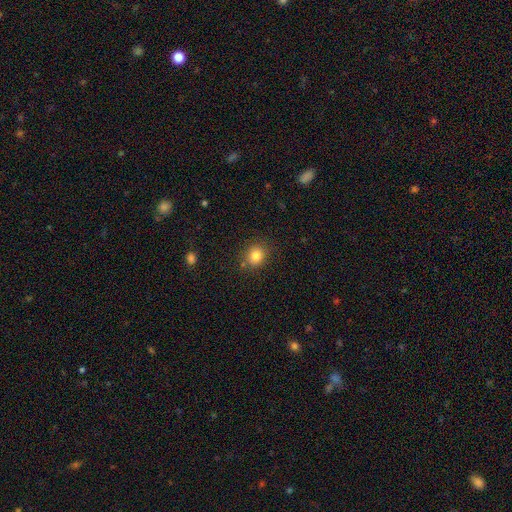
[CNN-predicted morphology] The model was most divided on "how rounded": round: 71%, in between: 28%, cigar-shaped: 1%. More confident: merging — none (83%); smooth or featured — smooth (82%).